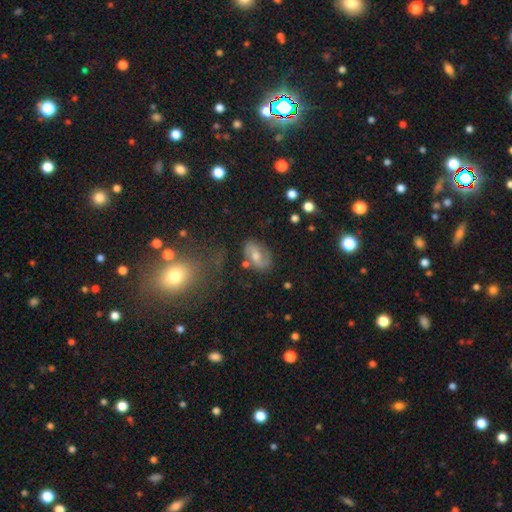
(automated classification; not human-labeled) Smooth or featured? featured or disk (59%)
Edge-on disk? no (95%)
Bar? weak (43%)
Spiral arms? yes (77%)
Bulge size? moderate (59%)
Merging? none (71%)